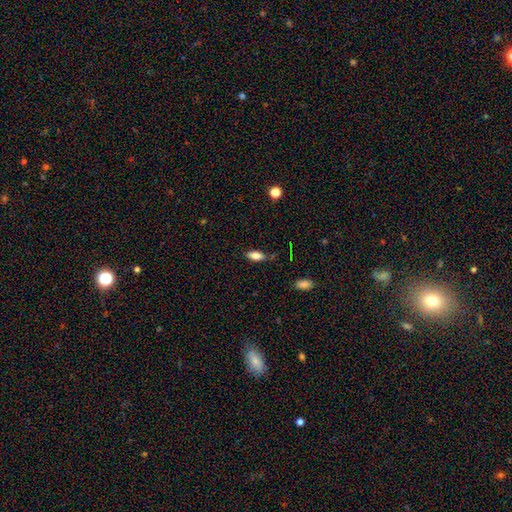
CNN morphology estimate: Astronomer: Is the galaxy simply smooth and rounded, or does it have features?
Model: smooth — 79%.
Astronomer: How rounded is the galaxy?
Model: in between — 80%.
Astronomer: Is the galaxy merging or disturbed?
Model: none — 75%.